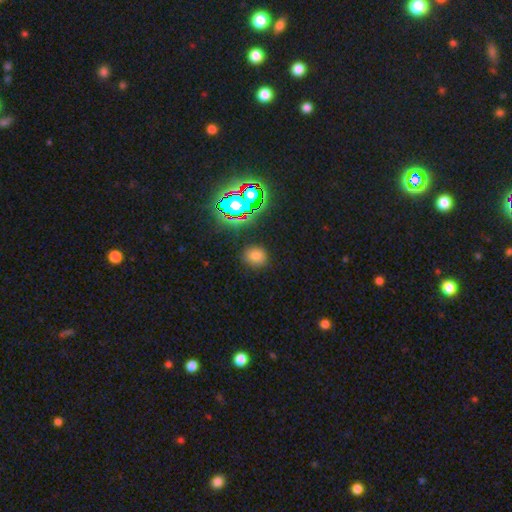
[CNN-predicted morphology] type=smooth (68%); roundness=round (75%); merging=none (85%).